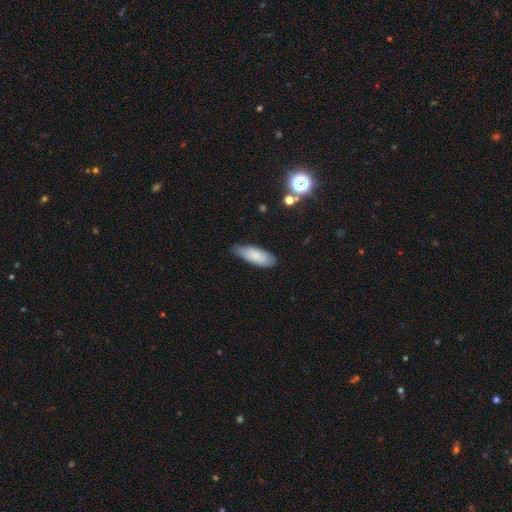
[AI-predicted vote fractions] Morphology: type=smooth (81%); roundness=in between (69%); merging=none (68%).